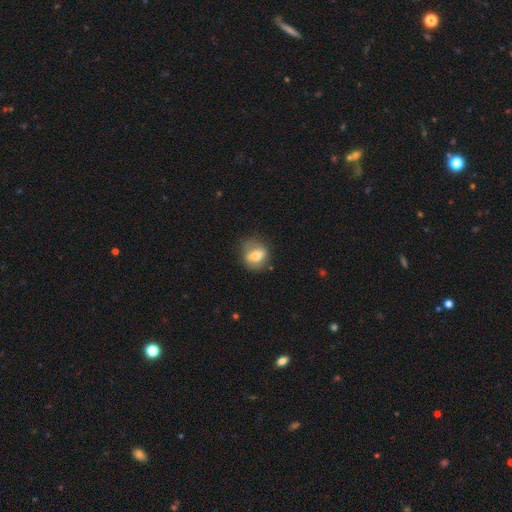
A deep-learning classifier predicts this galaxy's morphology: A smooth galaxy with no disk features (64%) that is round (53%).

Vote fractions:
- Smooth or featured? smooth: 64% / featured or disk: 28% / star or artifact: 8%
- How rounded? round: 53% / in between: 45% / cigar-shaped: 2%
- Merging? none: 65% / minor disturbance: 23% / major disturbance: 9% / merger: 3%